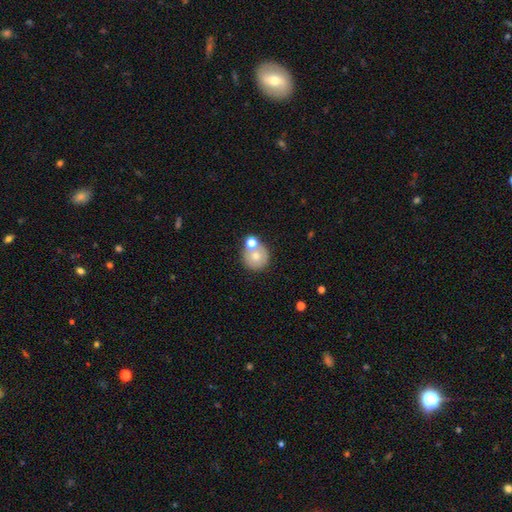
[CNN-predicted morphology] smooth_or_featured: smooth (p=0.69) [alt: featured or disk p=0.21]
how_rounded: round (p=0.89) [alt: in between p=0.10]
merging: none (p=0.55) [alt: merger p=0.31]